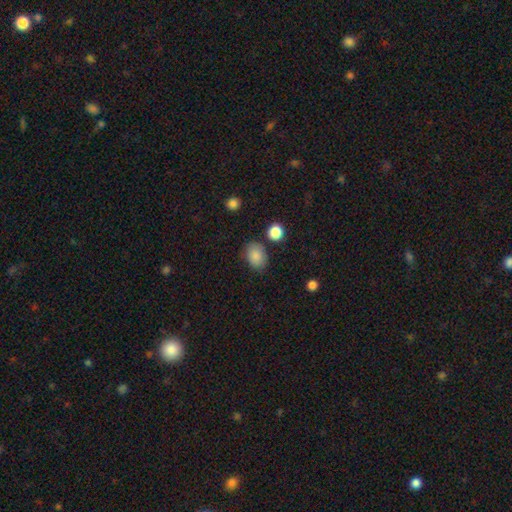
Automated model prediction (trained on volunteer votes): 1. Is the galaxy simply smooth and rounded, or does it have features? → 85% smooth, 9% star or artifact, 6% featured or disk.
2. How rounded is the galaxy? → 77% in between, 22% round, 1% cigar-shaped.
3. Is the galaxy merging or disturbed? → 76% none, 16% minor disturbance, 4% merger, 4% major disturbance.